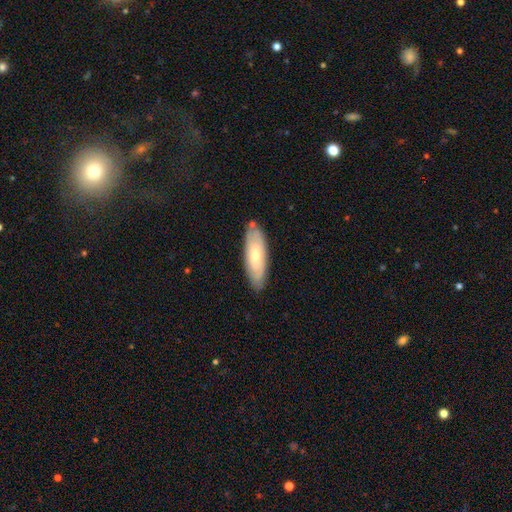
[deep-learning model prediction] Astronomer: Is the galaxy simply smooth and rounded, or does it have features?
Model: smooth — 56% (runner-up: featured or disk, 39%).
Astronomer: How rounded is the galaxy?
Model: in between — 59% (runner-up: cigar-shaped, 40%).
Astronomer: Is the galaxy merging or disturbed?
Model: none — 81%.